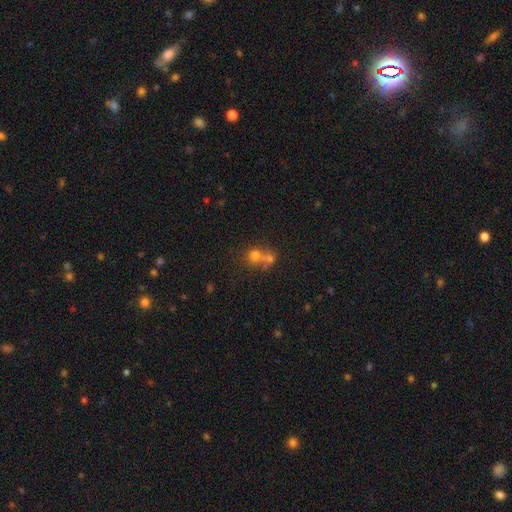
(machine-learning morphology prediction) A smooth galaxy with no disk features (65%) that is round (77%).

Vote fractions:
- Smooth or featured? smooth: 65% / featured or disk: 18% / star or artifact: 17%
- How rounded? round: 77% / in between: 22% / cigar-shaped: 1%
- Merging? merger: 55% / none: 33% / minor disturbance: 7% / major disturbance: 5%